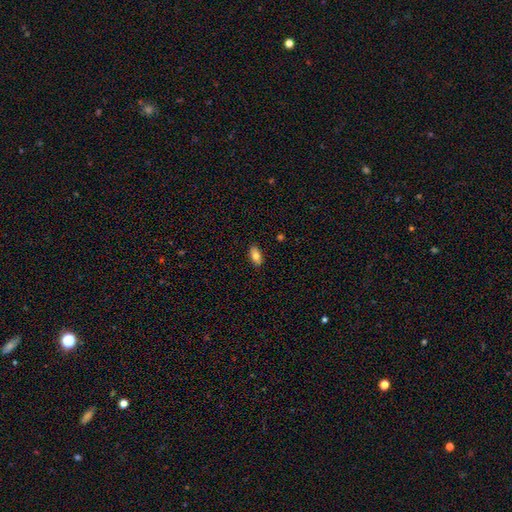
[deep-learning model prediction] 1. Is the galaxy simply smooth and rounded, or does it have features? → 81% smooth, 12% featured or disk, 8% star or artifact.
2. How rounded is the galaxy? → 90% in between, 7% cigar-shaped, 4% round.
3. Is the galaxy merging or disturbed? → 88% none, 9% minor disturbance, 2% major disturbance, 1% merger.